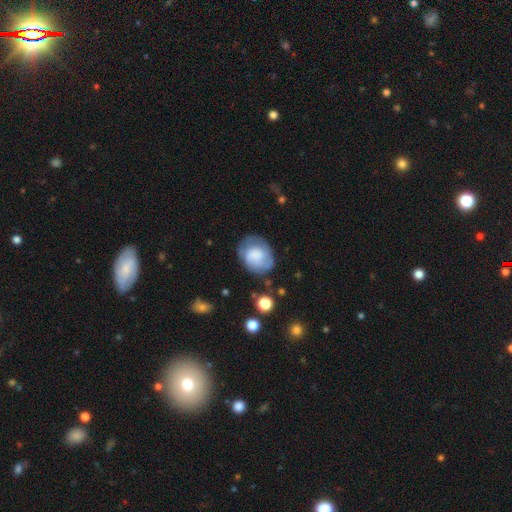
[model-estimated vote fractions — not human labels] The model was most divided on "how rounded": round: 53%, in between: 46%, cigar-shaped: 1%. More confident: merging — none (56%); smooth or featured — smooth (56%).